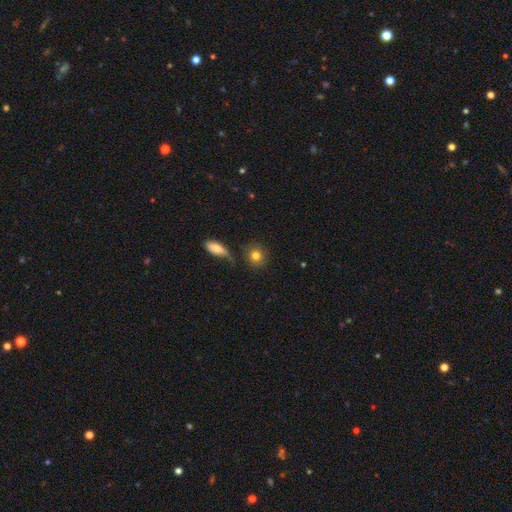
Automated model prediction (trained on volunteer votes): A smooth galaxy with no disk features (81%) that is round (80%). Merging: none (78%).